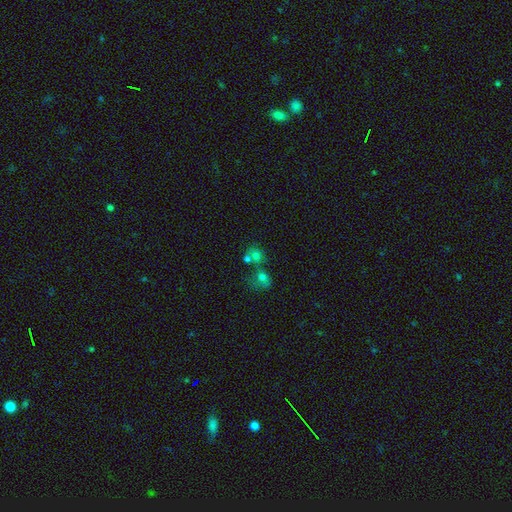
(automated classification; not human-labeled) Smooth or featured? smooth (66%)
How rounded? round (70%)
Merging? merger (52%)